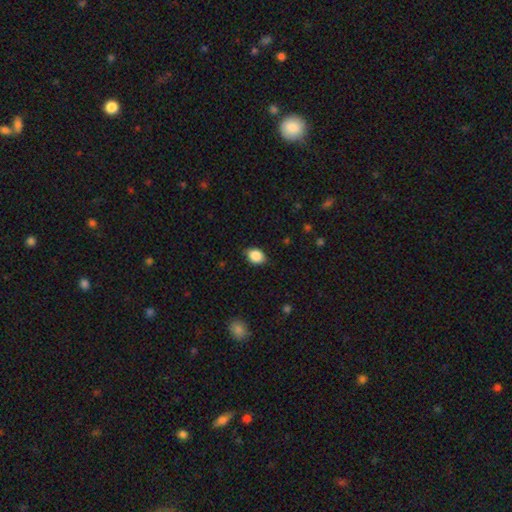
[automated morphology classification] This appears to be a smooth galaxy with no disk features (87%) that is in between round and cigar-shaped (72%). Merging: none (82%).